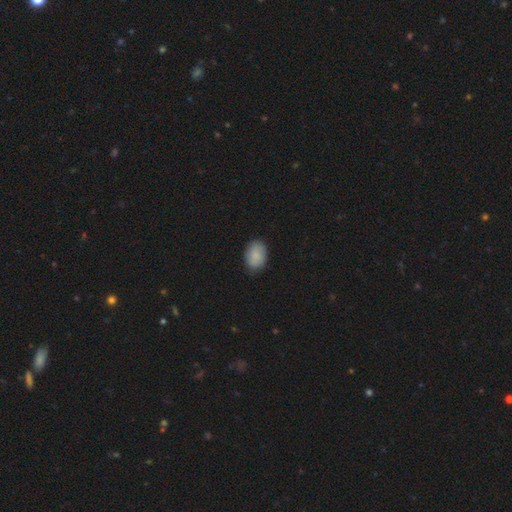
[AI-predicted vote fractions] Q: Smooth or featured?
A: smooth (85%); runner-up: featured or disk (8%)
Q: How rounded?
A: in between (80%); runner-up: round (19%)
Q: Merging?
A: none (84%); runner-up: minor disturbance (13%)